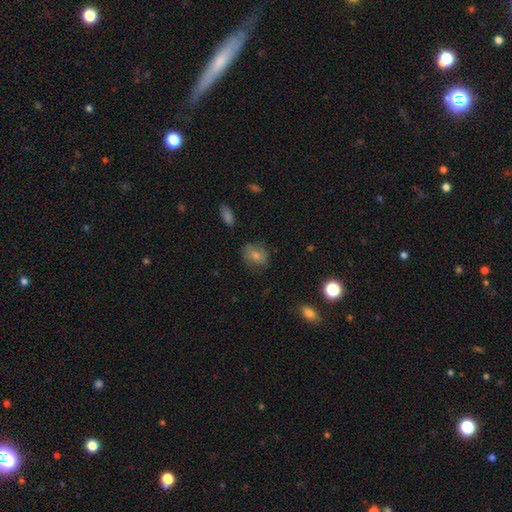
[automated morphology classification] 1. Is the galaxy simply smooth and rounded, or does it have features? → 50% smooth, 31% featured or disk, 19% star or artifact.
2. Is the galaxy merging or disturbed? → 76% none, 16% minor disturbance, 5% major disturbance, 2% merger.